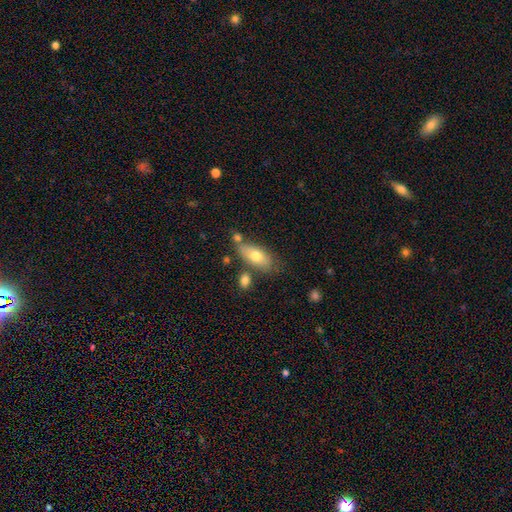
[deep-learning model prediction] Smooth or featured? Predicted: smooth (p=0.72). How rounded? Predicted: in between (p=0.83). Merging? Predicted: none (p=0.61).